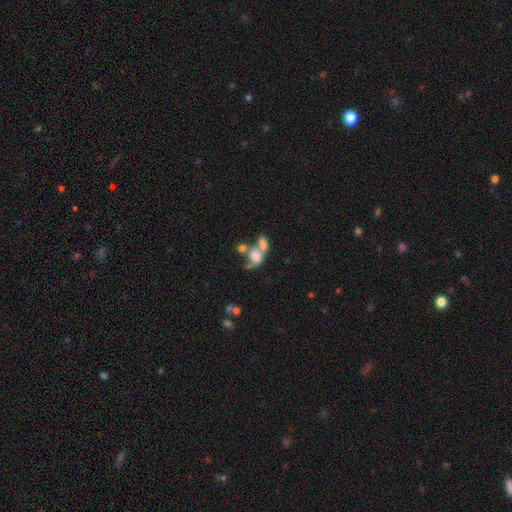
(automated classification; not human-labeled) Smooth or featured? smooth (61%)
How rounded? in between (70%)
Merging? merger (63%)